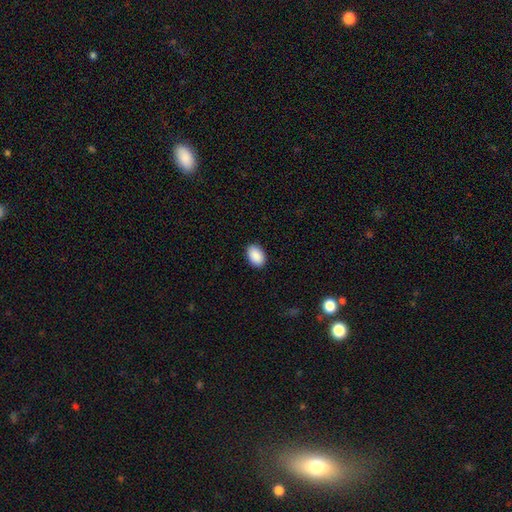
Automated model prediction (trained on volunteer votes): Q: Smooth or featured?
A: smooth (91%); runner-up: star or artifact (7%)
Q: How rounded?
A: in between (89%); runner-up: round (9%)
Q: Merging?
A: none (89%); runner-up: minor disturbance (8%)